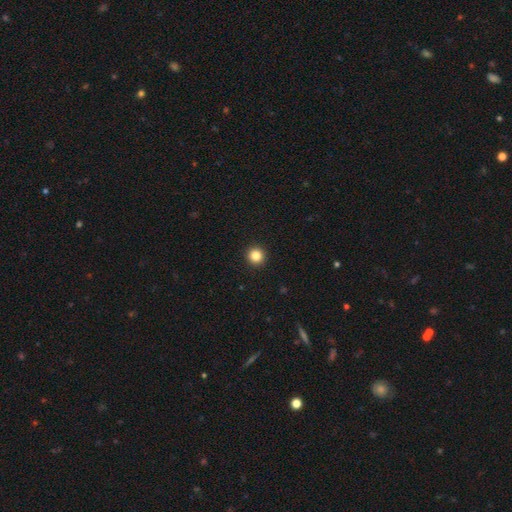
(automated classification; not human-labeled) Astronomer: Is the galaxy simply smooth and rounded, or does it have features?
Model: smooth — 84%.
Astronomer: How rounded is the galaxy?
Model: round — 95%.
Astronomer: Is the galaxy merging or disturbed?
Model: none — 94%.